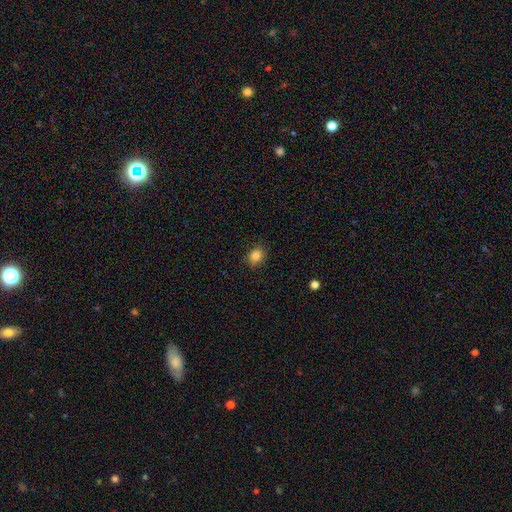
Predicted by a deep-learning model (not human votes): The model was most divided on "how rounded": round: 51%, in between: 48%, cigar-shaped: 1%. More confident: smooth or featured — smooth (85%); merging — none (85%).